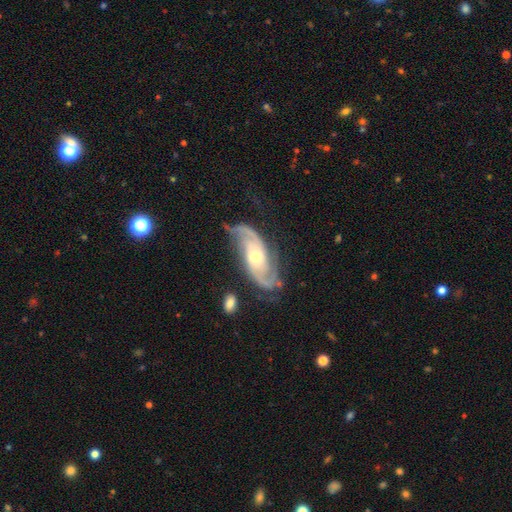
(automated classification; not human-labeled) The model was most divided on "spiral winding": medium: 45%, tight: 29%, loose: 26%. More confident: spiral arms — yes (96%); edge-on disk — no (93%); smooth or featured — featured or disk (86%); spiral arm count — 2 (74%); merging — none (74%); bulge size — moderate (61%); bar — no (61%).